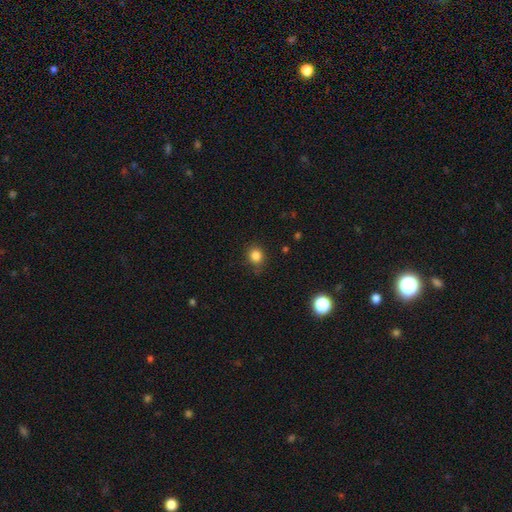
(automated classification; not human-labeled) Smooth or featured? Predicted: smooth (p=0.84). How rounded? Predicted: round (p=0.81). Merging? Predicted: none (p=0.82).